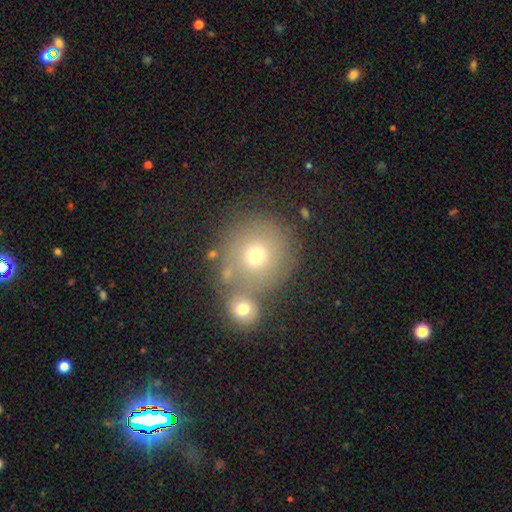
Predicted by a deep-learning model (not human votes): This is likely a smooth galaxy (68%). How rounded: clearly round (92%). Merging: possibly none (57%).